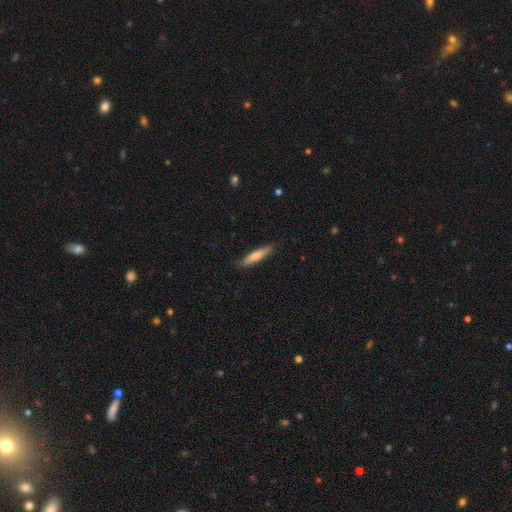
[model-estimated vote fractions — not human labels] Smooth or featured?
  - smooth: 72% *
  - featured or disk: 23%
  - star or artifact: 6%
How rounded?
  - cigar-shaped: 89% *
  - in between: 10%
  - round: 1%
Merging?
  - none: 86% *
  - minor disturbance: 11%
  - major disturbance: 2%
  - merger: 1%